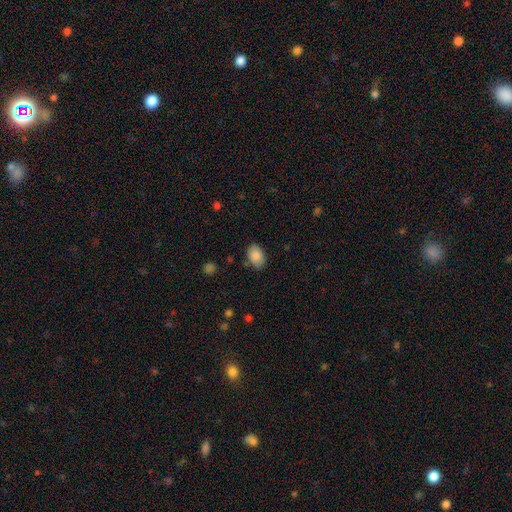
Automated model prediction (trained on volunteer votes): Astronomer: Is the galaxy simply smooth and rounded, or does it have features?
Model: smooth — 86%.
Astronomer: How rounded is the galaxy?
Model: in between — 87%.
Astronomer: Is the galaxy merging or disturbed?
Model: none — 81%.